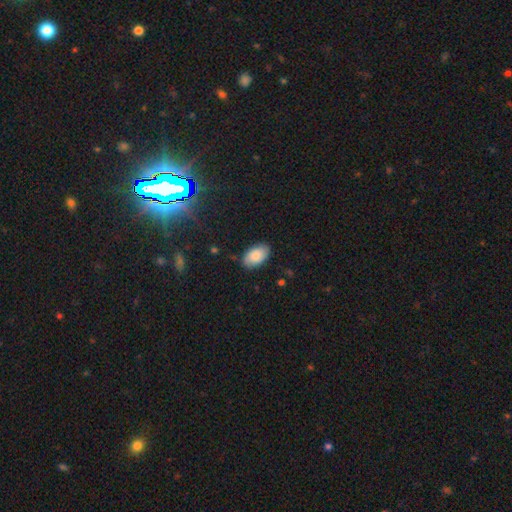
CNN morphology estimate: A smooth galaxy with no disk features (83%) that is in between round and cigar-shaped (94%).

Vote fractions:
- Smooth or featured? smooth: 83% / featured or disk: 10% / star or artifact: 7%
- How rounded? in between: 94% / round: 5% / cigar-shaped: 1%
- Merging? none: 82% / minor disturbance: 14% / major disturbance: 3% / merger: 1%